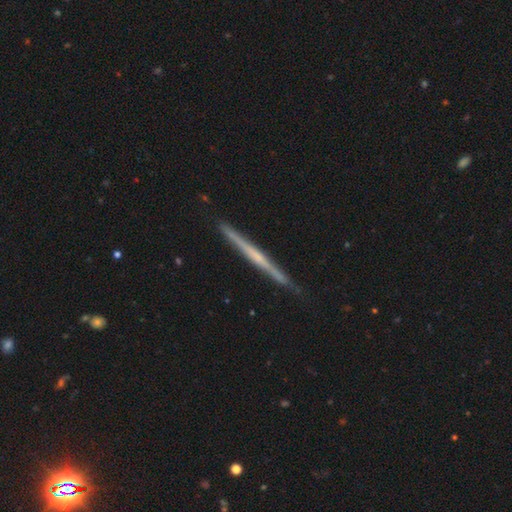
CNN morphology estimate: A featured or disk galaxy (70%) viewed edge-on (98%) with no central bulge (65%). Merging: none (89%).